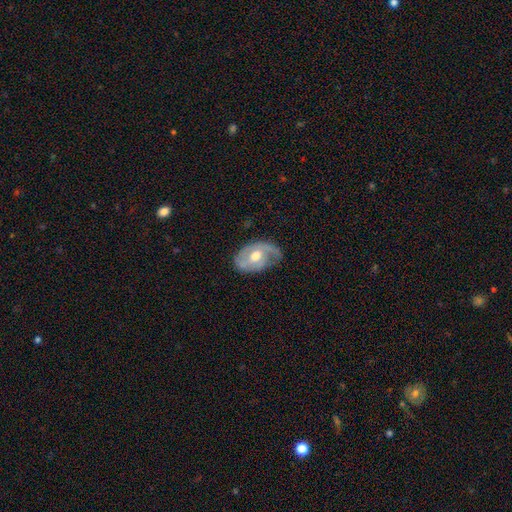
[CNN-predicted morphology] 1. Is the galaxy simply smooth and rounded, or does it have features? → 73% featured or disk, 22% smooth, 5% star or artifact.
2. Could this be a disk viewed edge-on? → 96% no, 4% yes.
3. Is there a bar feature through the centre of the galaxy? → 59% no, 34% weak, 7% strong.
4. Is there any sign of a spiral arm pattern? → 83% yes, 17% no.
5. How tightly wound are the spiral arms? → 41% medium, 35% tight, 23% loose.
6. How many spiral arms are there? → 50% 2, 23% 1, 18% can't tell, 5% 3, 2% 4, 2% more than 4.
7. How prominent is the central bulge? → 73% moderate, 15% large, 10% small, 1% none, 1% dominant.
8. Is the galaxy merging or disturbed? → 53% none, 31% minor disturbance, 15% major disturbance, 2% merger.